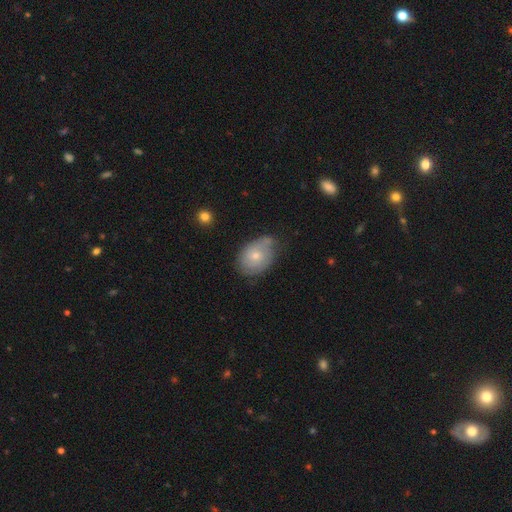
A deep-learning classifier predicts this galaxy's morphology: A smooth galaxy with no disk features (48%).

Vote fractions:
- Smooth or featured? smooth: 48% / featured or disk: 45% / star or artifact: 7%
- Merging? none: 52% / minor disturbance: 33% / major disturbance: 10% / merger: 5%